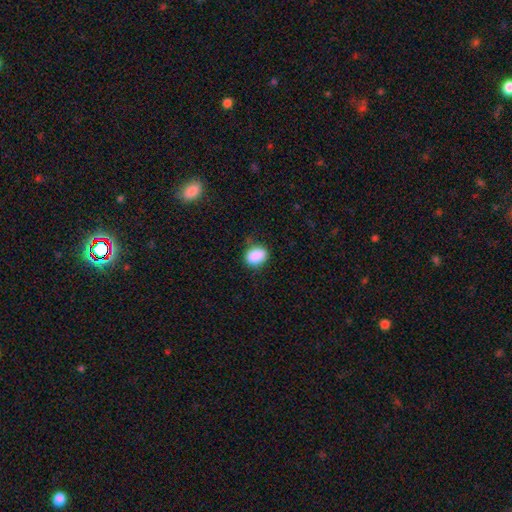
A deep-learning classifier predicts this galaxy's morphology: This is clearly a smooth galaxy (88%). How rounded: likely in between (67%). Merging: likely none (77%).